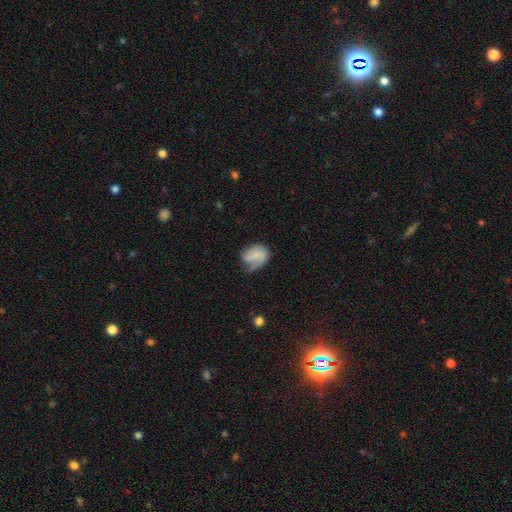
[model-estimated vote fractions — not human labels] smooth 48%, featured or disk 44%, star or artifact 7%. Down the decision tree: merging — none (41%).